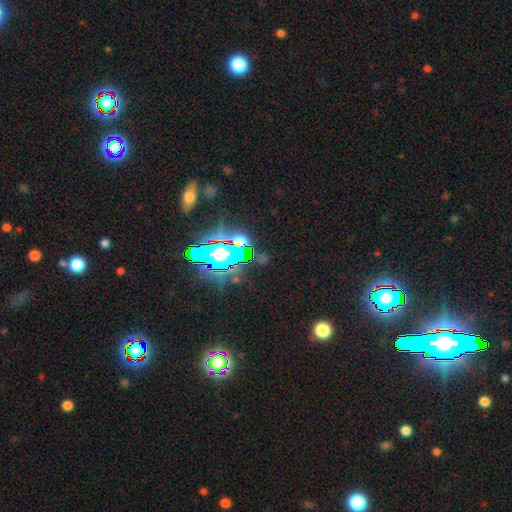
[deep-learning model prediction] smooth-or-featured: star or artifact: 67% | smooth: 17% | featured or disk: 16%